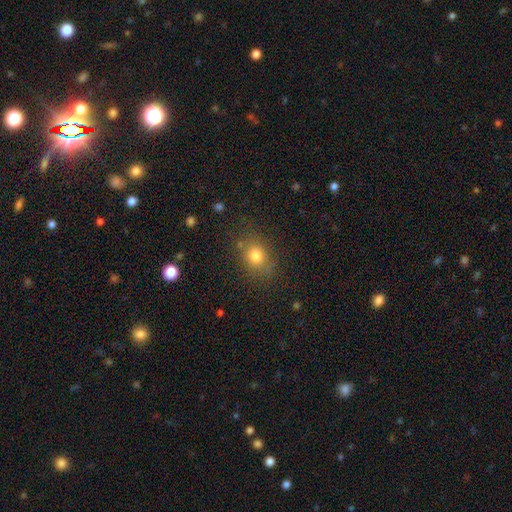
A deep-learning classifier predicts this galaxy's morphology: The model was most divided on "how rounded": round: 55%, in between: 44%, cigar-shaped: 1%. More confident: merging — none (78%); smooth or featured — smooth (78%).